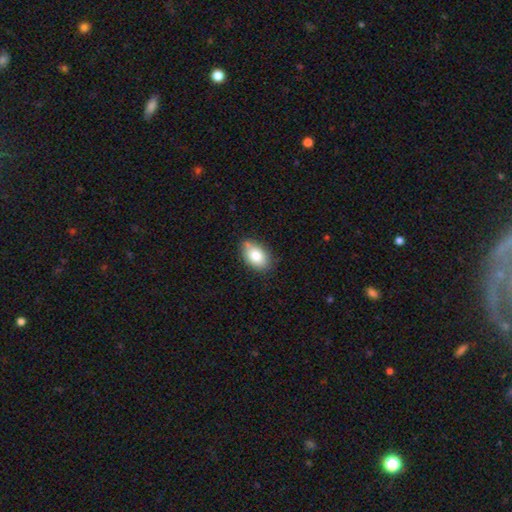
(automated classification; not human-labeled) The model was most divided on "merging": none: 74%, minor disturbance: 20%, major disturbance: 3%, merger: 3%. More confident: how rounded — in between (89%); smooth or featured — smooth (82%).